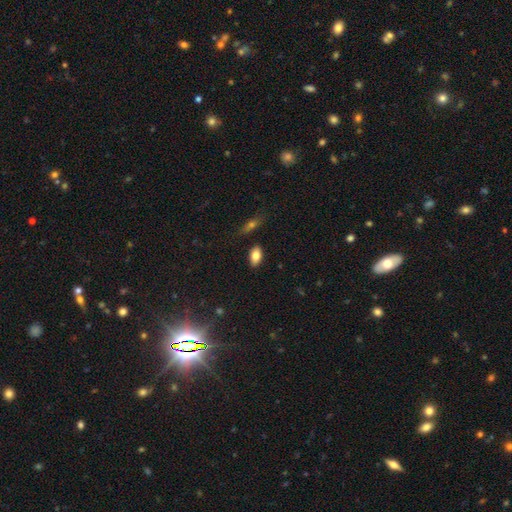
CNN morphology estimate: This appears to be a smooth galaxy with no disk features (80%) that is in between round and cigar-shaped (91%). Merging: none (84%).